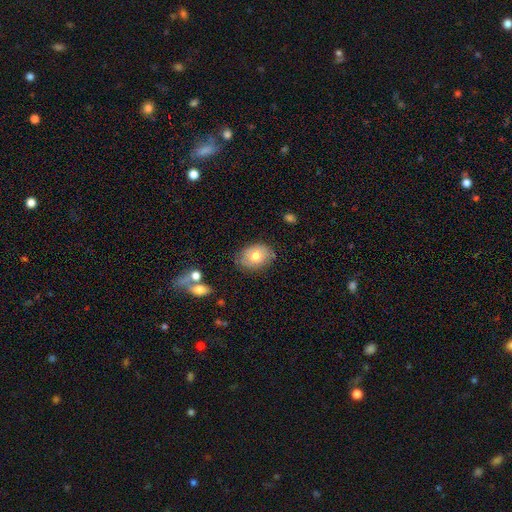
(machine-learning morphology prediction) A smooth galaxy with no disk features (74%) that is in between round and cigar-shaped (69%).

Vote fractions:
- Smooth or featured? smooth: 74% / featured or disk: 17% / star or artifact: 8%
- How rounded? in between: 69% / round: 30% / cigar-shaped: 1%
- Merging? none: 79% / minor disturbance: 16% / major disturbance: 3% / merger: 2%